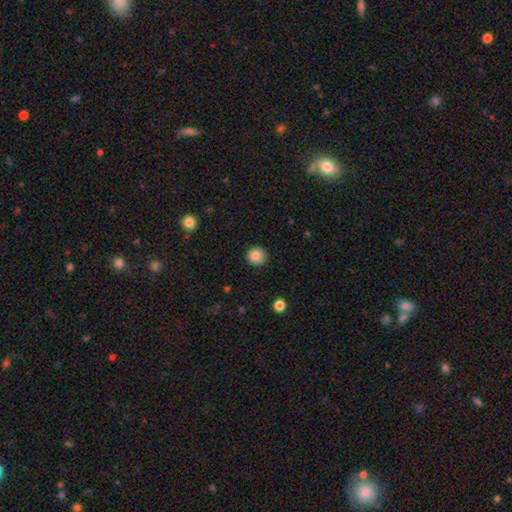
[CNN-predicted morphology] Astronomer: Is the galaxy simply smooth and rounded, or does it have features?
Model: smooth — 87%.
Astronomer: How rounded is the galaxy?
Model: round — 93%.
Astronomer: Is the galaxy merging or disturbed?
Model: none — 90%.